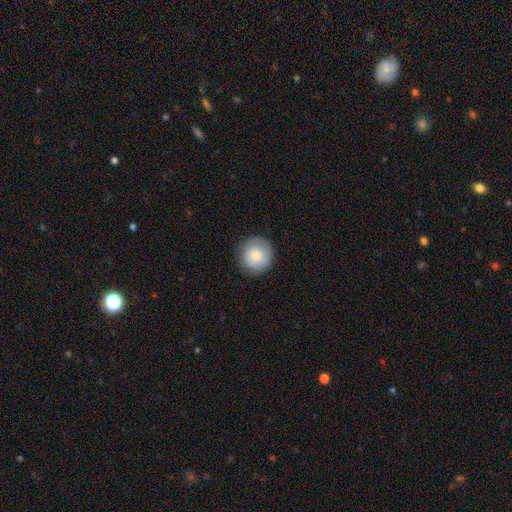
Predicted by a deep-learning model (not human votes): smooth-or-featured: smooth: 83% | featured or disk: 11% | star or artifact: 7%
  how-rounded: round: 94% | in between: 5% | cigar-shaped: 1%
  merging: none: 87% | minor disturbance: 10% | major disturbance: 3% | merger: 1%